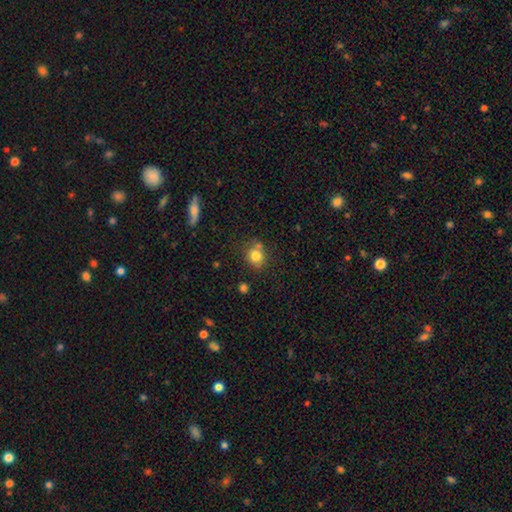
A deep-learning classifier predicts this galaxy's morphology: smooth-or-featured: smooth: 80% | star or artifact: 11% | featured or disk: 8%
  how-rounded: round: 80% | in between: 19% | cigar-shaped: 1%
  merging: none: 68% | minor disturbance: 14% | merger: 14% | major disturbance: 4%